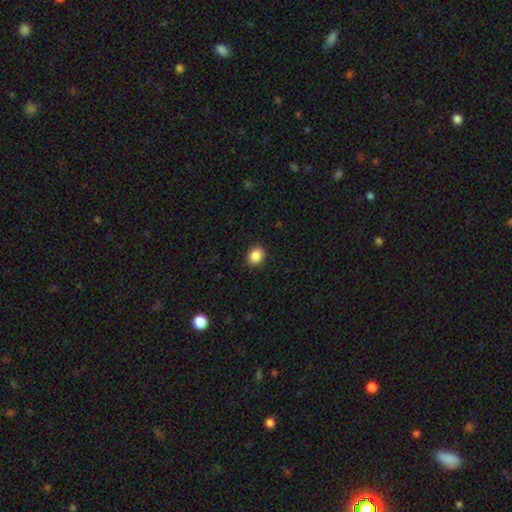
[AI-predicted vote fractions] This is clearly a smooth galaxy (88%). How rounded: possibly round (58%). Merging: clearly none (90%).